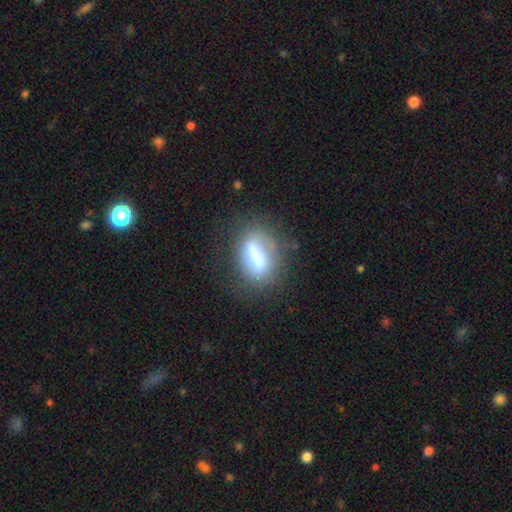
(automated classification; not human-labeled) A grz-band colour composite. It shows a smooth galaxy with no disk features (60%) that is in between round and cigar-shaped (73%). Merging: none (56%).